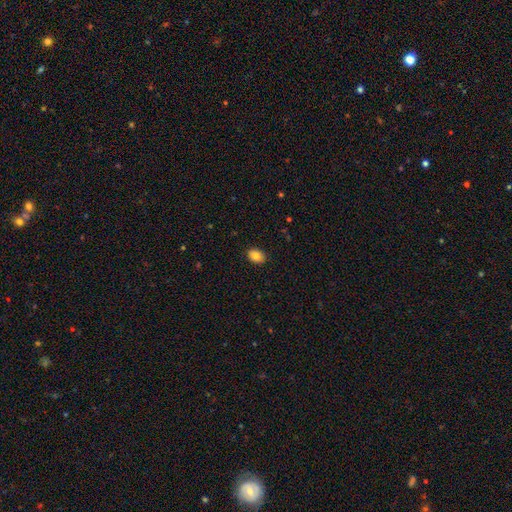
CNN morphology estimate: This appears to be a smooth galaxy with no disk features (86%) that is in between round and cigar-shaped (74%). Merging: none (89%).